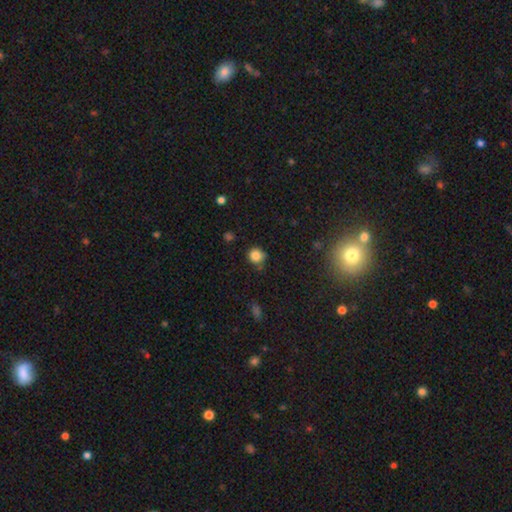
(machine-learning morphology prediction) Overall: smooth (83%). How rounded: round (88%). Merging: none (72%).